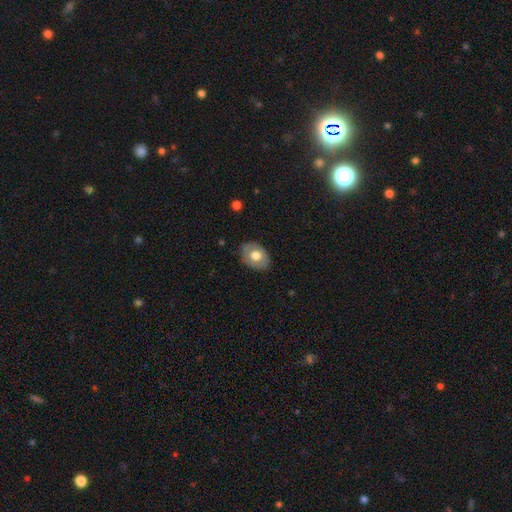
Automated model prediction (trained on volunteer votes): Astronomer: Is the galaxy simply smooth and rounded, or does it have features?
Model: smooth — 65%.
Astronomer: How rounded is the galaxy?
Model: in between — 76%.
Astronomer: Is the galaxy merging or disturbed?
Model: none — 82%.